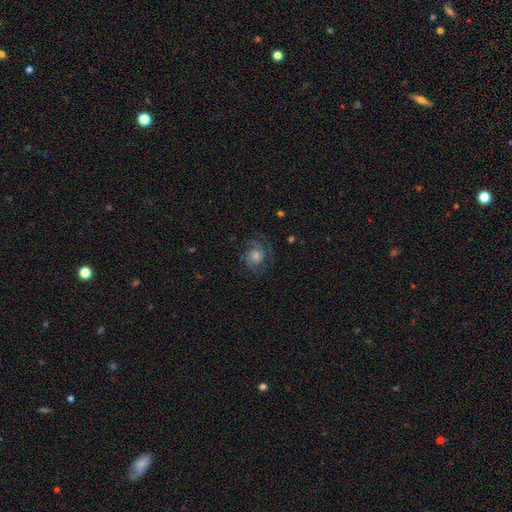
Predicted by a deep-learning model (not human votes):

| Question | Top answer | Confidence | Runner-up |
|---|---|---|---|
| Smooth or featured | featured or disk | 77% | smooth (13%) |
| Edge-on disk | no | 98% | yes (2%) |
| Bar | no | 73% | weak (23%) |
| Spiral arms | yes | 96% | no (4%) |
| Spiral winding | tight | 48% | medium (42%) |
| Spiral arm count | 2 | 51% | 3 (20%) |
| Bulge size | moderate | 49% | small (30%) |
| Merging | none | 75% | minor disturbance (15%) |